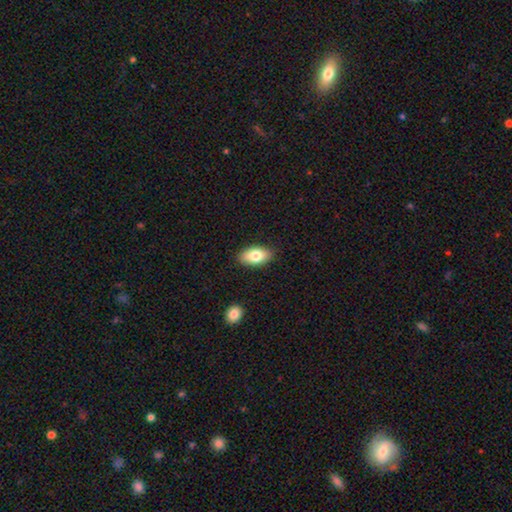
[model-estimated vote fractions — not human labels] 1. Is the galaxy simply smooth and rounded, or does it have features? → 79% smooth, 14% featured or disk, 7% star or artifact.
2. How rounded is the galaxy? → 93% in between, 4% round, 3% cigar-shaped.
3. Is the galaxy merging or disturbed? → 86% none, 10% minor disturbance, 2% major disturbance, 1% merger.